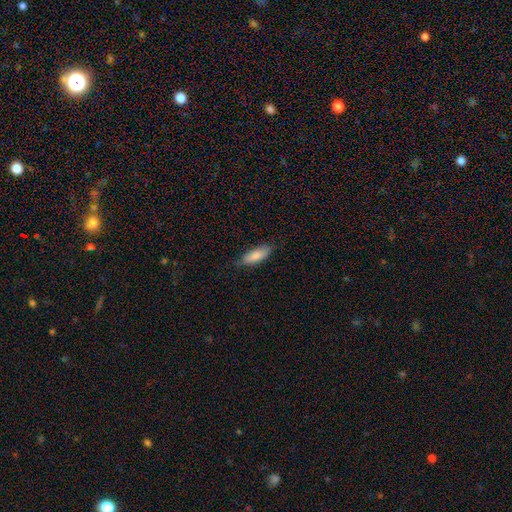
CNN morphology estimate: smooth_or_featured: smooth (p=0.82) [alt: featured or disk p=0.13]
how_rounded: in between (p=0.69) [alt: cigar-shaped p=0.29]
merging: none (p=0.75) [alt: minor disturbance p=0.21]